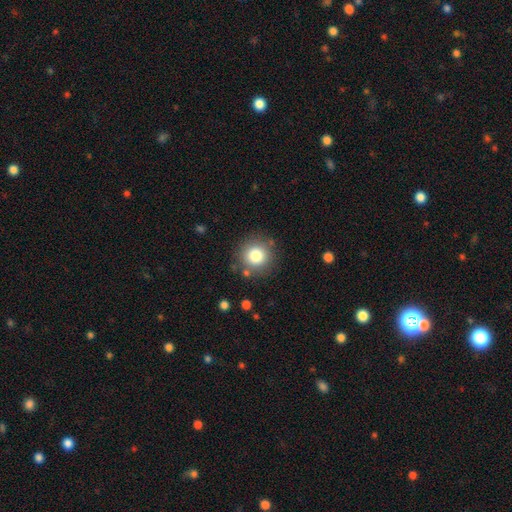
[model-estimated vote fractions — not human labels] Smooth or featured? Predicted: smooth (p=0.80). How rounded? Predicted: round (p=0.94). Merging? Predicted: none (p=0.85).